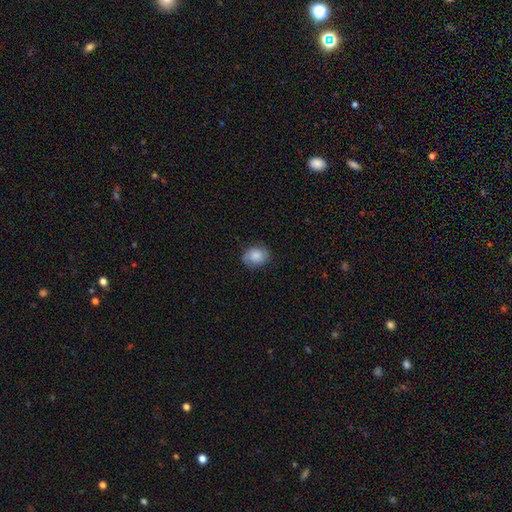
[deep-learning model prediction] A smooth galaxy with no disk features (58%) that is round (59%).

Vote fractions:
- Smooth or featured? smooth: 58% / featured or disk: 33% / star or artifact: 9%
- How rounded? round: 59% / in between: 40% / cigar-shaped: 1%
- Merging? none: 79% / minor disturbance: 16% / major disturbance: 4% / merger: 1%